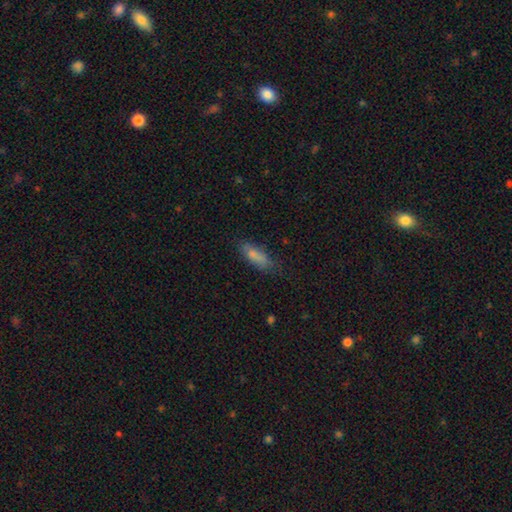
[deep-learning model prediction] The model was most divided on "how rounded": in between: 60%, cigar-shaped: 37%, round: 2%. More confident: smooth or featured — smooth (81%); merging — none (69%).